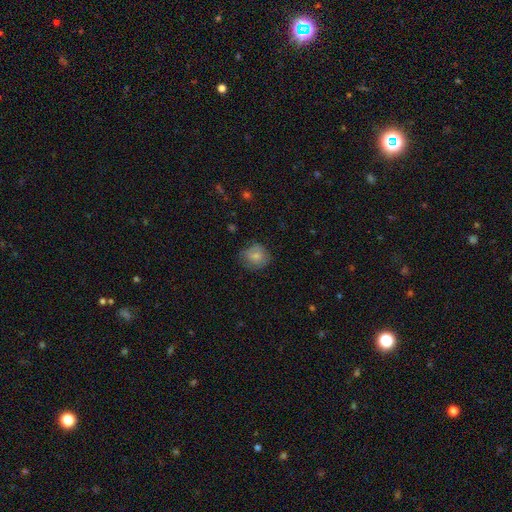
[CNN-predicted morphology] Smooth or featured? Predicted: smooth (p=0.76). How rounded? Predicted: round (p=0.80). Merging? Predicted: none (p=0.68).